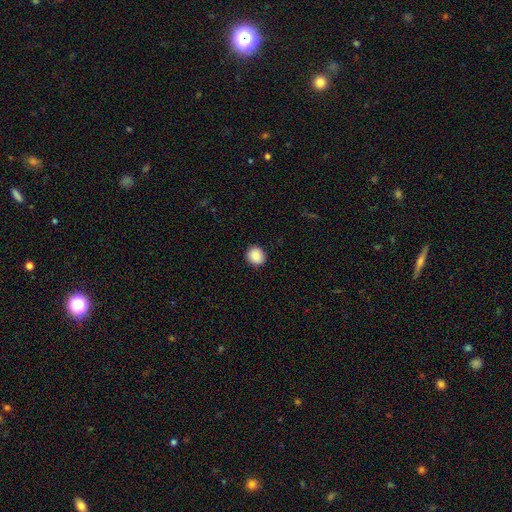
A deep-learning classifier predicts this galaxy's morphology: Q: Smooth or featured?
A: smooth (89%); runner-up: star or artifact (8%)
Q: How rounded?
A: round (83%); runner-up: in between (16%)
Q: Merging?
A: none (91%); runner-up: minor disturbance (6%)